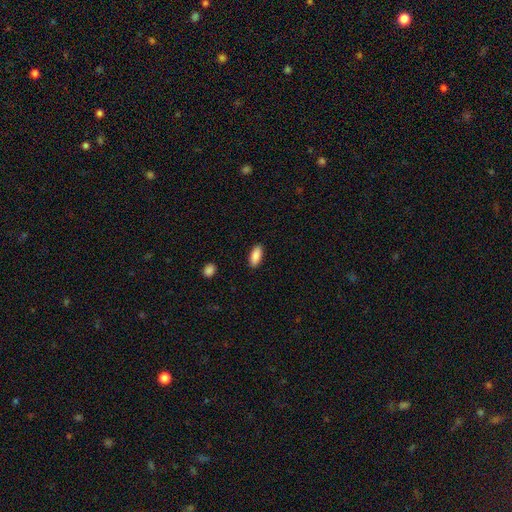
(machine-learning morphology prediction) This is clearly a smooth galaxy (89%). How rounded: clearly in between (84%). Merging: clearly none (89%).